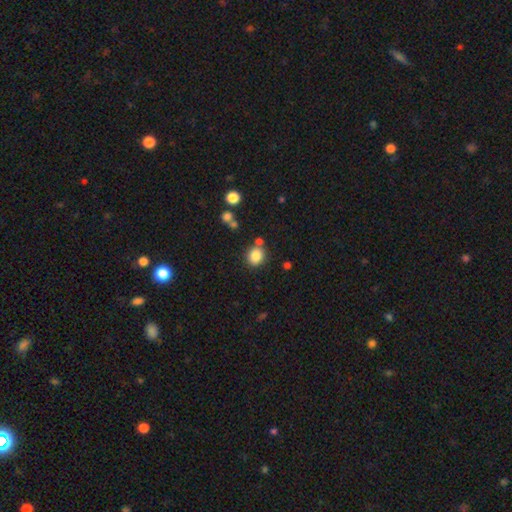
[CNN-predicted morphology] type=smooth (84%); roundness=round (76%); merging=none (77%).